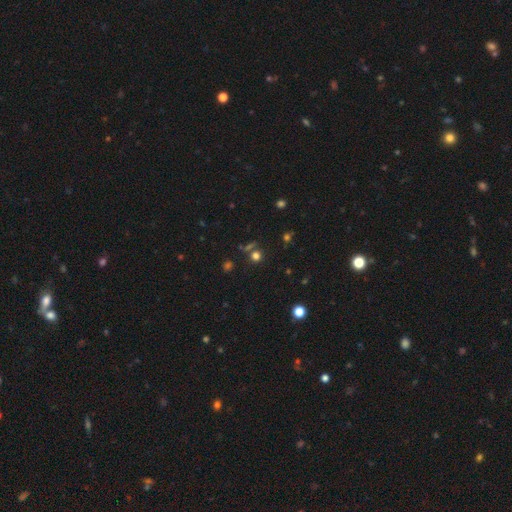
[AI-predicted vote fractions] smooth-or-featured: smooth: 65% | star or artifact: 27% | featured or disk: 8%
  how-rounded: round: 89% | in between: 9% | cigar-shaped: 2%
  merging: none: 75% | merger: 12% | minor disturbance: 9% | major disturbance: 4%